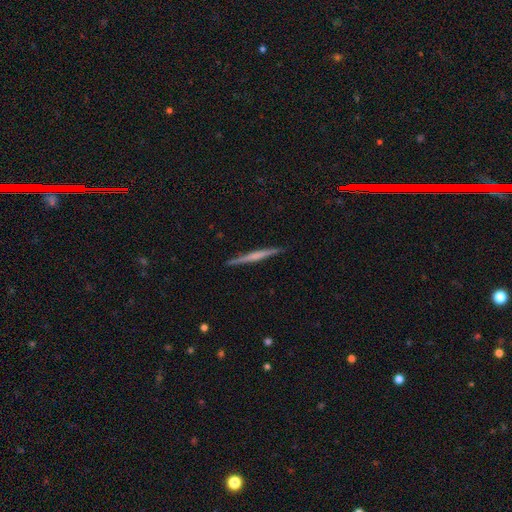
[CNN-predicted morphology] Q: Smooth or featured?
A: featured or disk (60%); runner-up: smooth (35%)
Q: Edge-on disk?
A: yes (98%); runner-up: no (2%)
Q: Edge-on bulge?
A: none (59%); runner-up: rounded (28%)
Q: Merging?
A: none (92%); runner-up: minor disturbance (6%)